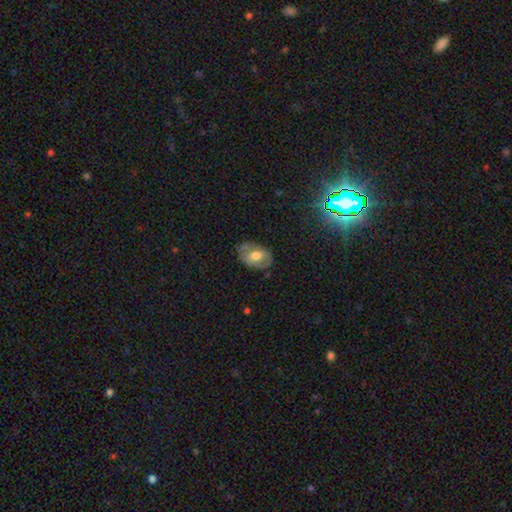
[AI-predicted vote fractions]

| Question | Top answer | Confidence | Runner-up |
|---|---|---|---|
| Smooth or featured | smooth | 47% | featured or disk (45%) |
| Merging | none | 64% | minor disturbance (25%) |